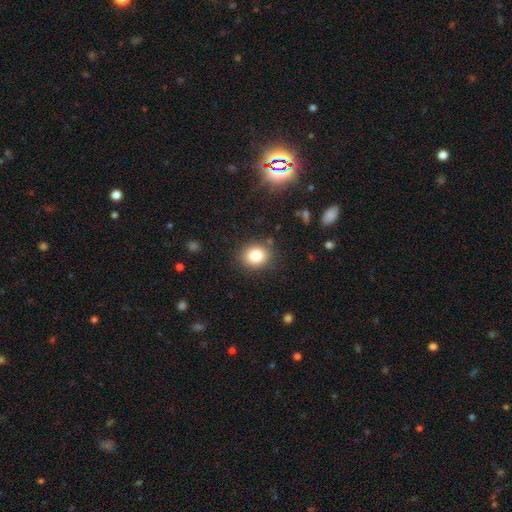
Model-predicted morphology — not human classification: smooth_or_featured: smooth (p=0.82) [alt: star or artifact p=0.11]
how_rounded: round (p=0.75) [alt: in between p=0.24]
merging: none (p=0.86) [alt: minor disturbance p=0.09]